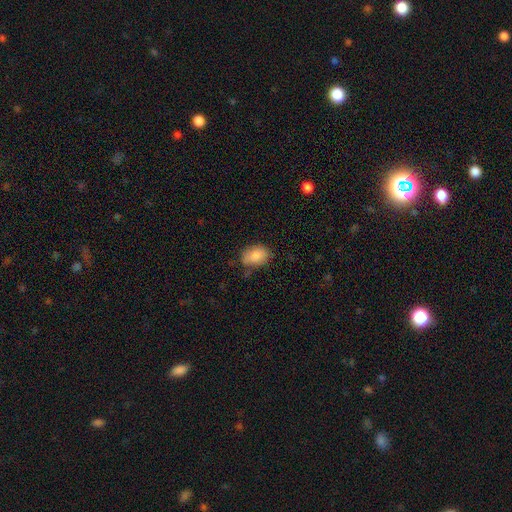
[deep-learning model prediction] Morphology: type=smooth (85%); roundness=in between (82%); merging=none (67%).